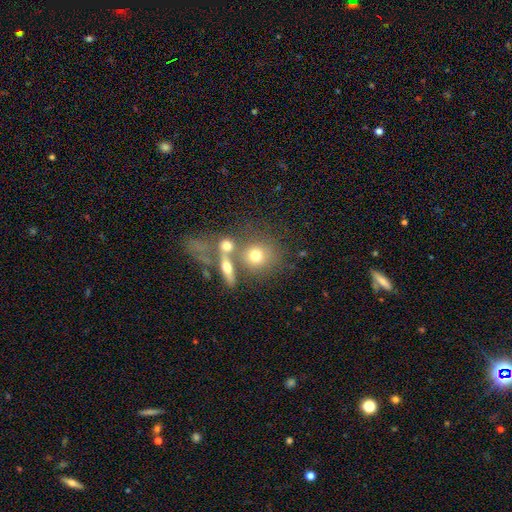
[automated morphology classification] smooth-or-featured: smooth: 65% | featured or disk: 22% | star or artifact: 12%
  how-rounded: round: 78% | in between: 19% | cigar-shaped: 3%
  merging: none: 46% | merger: 36% | minor disturbance: 11% | major disturbance: 8%